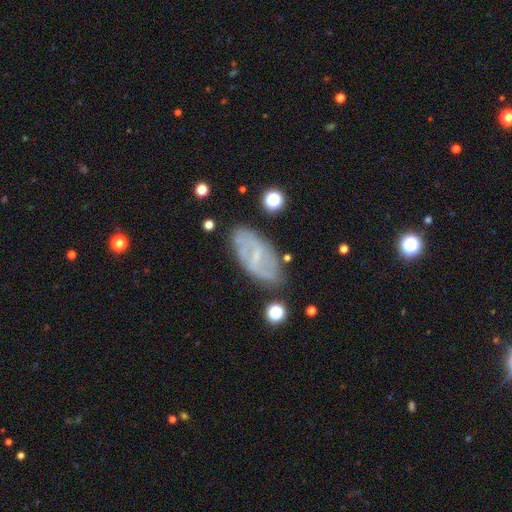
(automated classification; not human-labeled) Smooth or featured? Predicted: featured or disk (p=0.68). Edge-on disk? Predicted: no (p=0.90). Bar? Predicted: weak (p=0.48). Spiral arms? Predicted: yes (p=0.70). Bulge size? Predicted: small (p=0.68). Merging? Predicted: none (p=0.76).